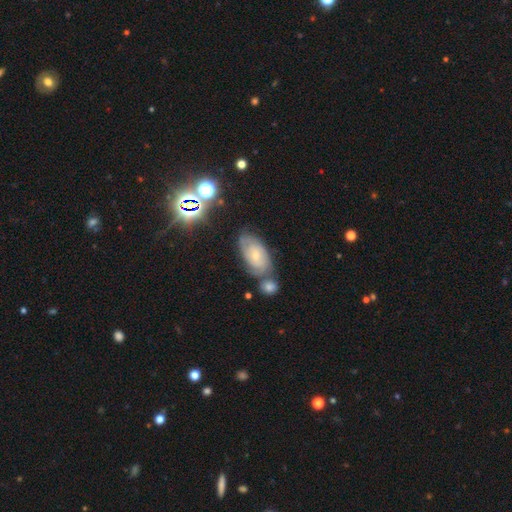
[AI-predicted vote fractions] smooth-or-featured: featured or disk: 56% | smooth: 33% | star or artifact: 11%
  disk-edge-on: no: 93% | yes: 7%
    bar: no: 70% | weak: 25% | strong: 5%
    has-spiral-arms: yes: 80% | no: 20%
    bulge-size: small: 67% | moderate: 28% | none: 2% | large: 2% | dominant: 1%
  merging: none: 52% | minor disturbance: 21% | merger: 19% | major disturbance: 7%